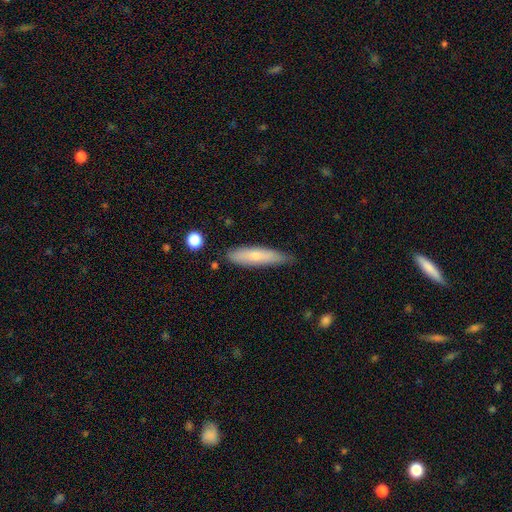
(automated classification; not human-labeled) smooth_or_featured: smooth (p=0.67) [alt: featured or disk p=0.26]
how_rounded: cigar-shaped (p=0.77) [alt: in between p=0.21]
merging: none (p=0.74) [alt: minor disturbance p=0.20]